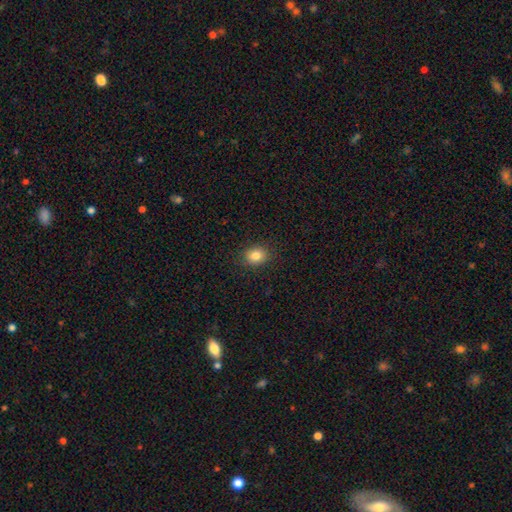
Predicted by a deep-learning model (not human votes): Smooth or featured?
  - smooth: 83% *
  - star or artifact: 11%
  - featured or disk: 6%
How rounded?
  - round: 58% *
  - in between: 41%
  - cigar-shaped: 1%
Merging?
  - none: 89% *
  - minor disturbance: 8%
  - major disturbance: 2%
  - merger: 1%